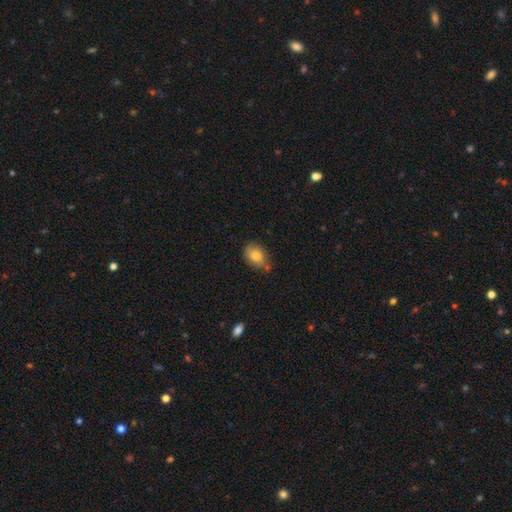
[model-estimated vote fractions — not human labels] Smooth or featured? smooth (81%)
How rounded? in between (76%)
Merging? none (63%)